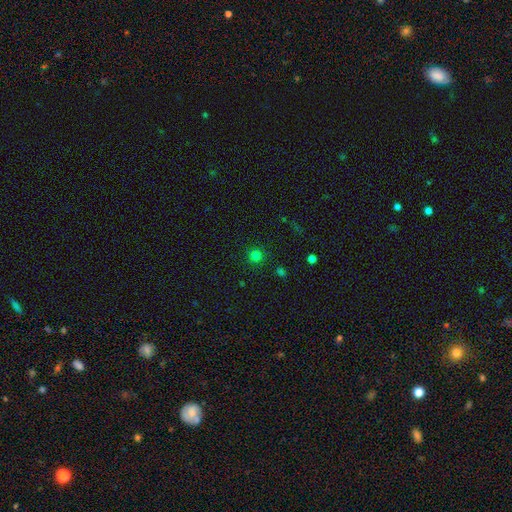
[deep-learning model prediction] The model was most divided on "smooth or featured": smooth: 77%, star or artifact: 18%, featured or disk: 4%. More confident: how rounded — round (94%); merging — none (90%).